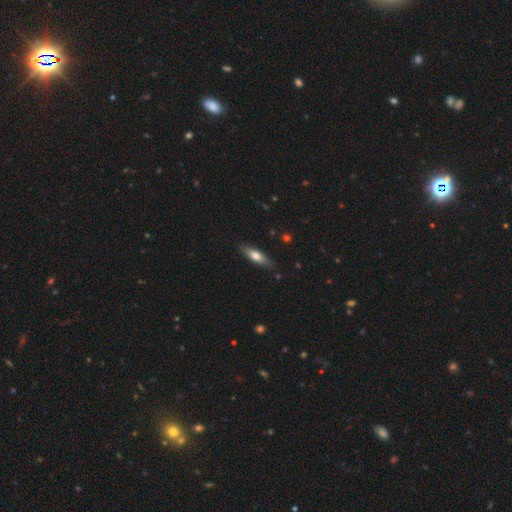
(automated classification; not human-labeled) This appears to be a smooth galaxy with no disk features (66%) that is cigar-shaped (57%). Merging: none (86%).